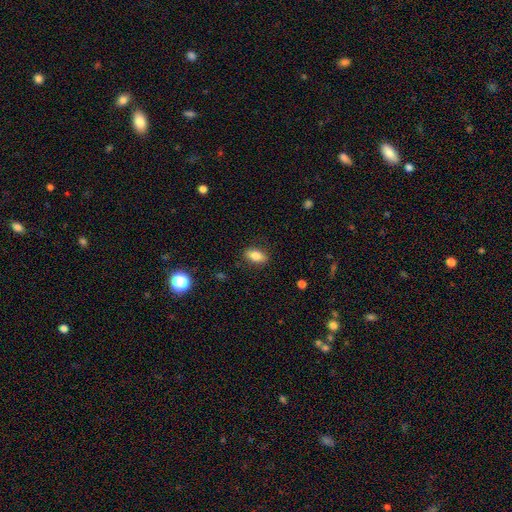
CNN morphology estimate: A smooth galaxy with no disk features (78%) that is in between round and cigar-shaped (83%).

Vote fractions:
- Smooth or featured? smooth: 78% / featured or disk: 13% / star or artifact: 9%
- How rounded? in between: 83% / cigar-shaped: 11% / round: 6%
- Merging? none: 86% / minor disturbance: 10% / major disturbance: 3% / merger: 1%